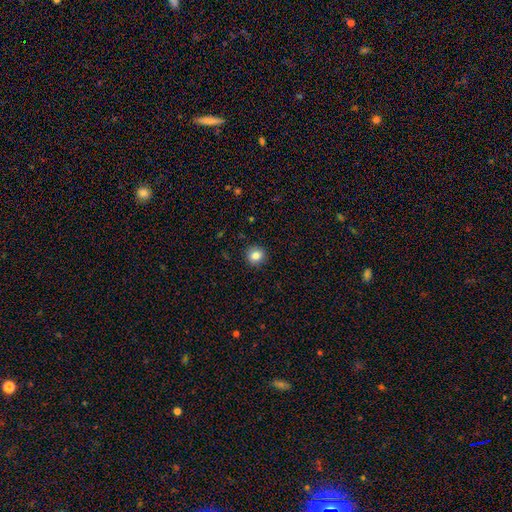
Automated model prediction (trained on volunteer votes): The model was most divided on "smooth or featured": smooth: 84%, star or artifact: 10%, featured or disk: 6%. More confident: merging — none (92%); how rounded — round (92%).